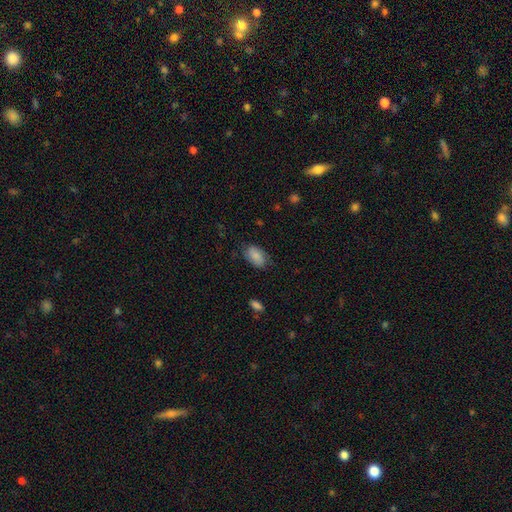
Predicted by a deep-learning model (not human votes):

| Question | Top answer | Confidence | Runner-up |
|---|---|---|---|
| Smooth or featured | smooth | 81% | featured or disk (12%) |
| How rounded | in between | 92% | round (7%) |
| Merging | none | 71% | minor disturbance (22%) |